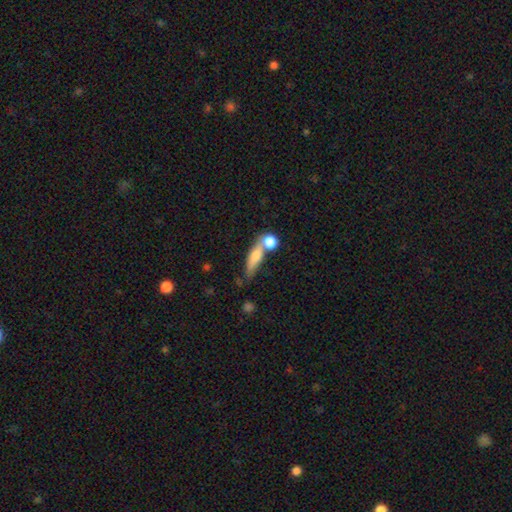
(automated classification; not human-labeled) Smooth or featured: smooth — 67% (featured or disk — 24%)
How rounded: cigar-shaped — 55% (in between — 35%)
Merging: none — 44% (merger — 35%)